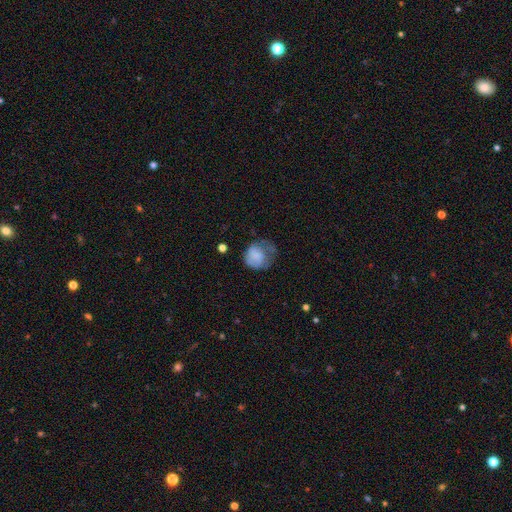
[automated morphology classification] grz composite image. It shows a smooth galaxy with no disk features (69%) that is round (72%). Merging: major disturbance (33%).